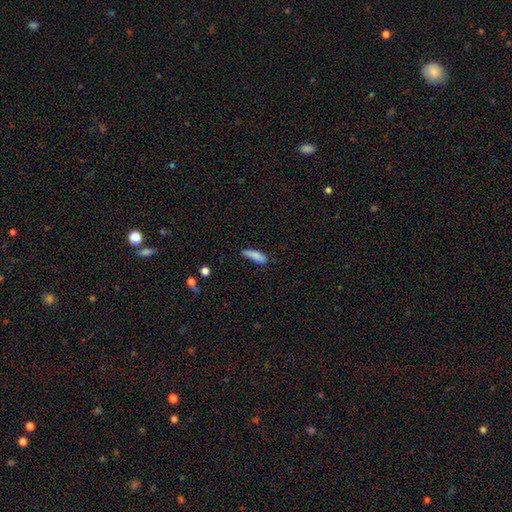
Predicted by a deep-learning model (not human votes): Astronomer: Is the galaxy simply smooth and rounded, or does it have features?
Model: smooth — 84%.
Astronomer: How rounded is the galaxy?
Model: cigar-shaped — 55% (runner-up: in between, 43%).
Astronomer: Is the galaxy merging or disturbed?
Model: none — 57%.